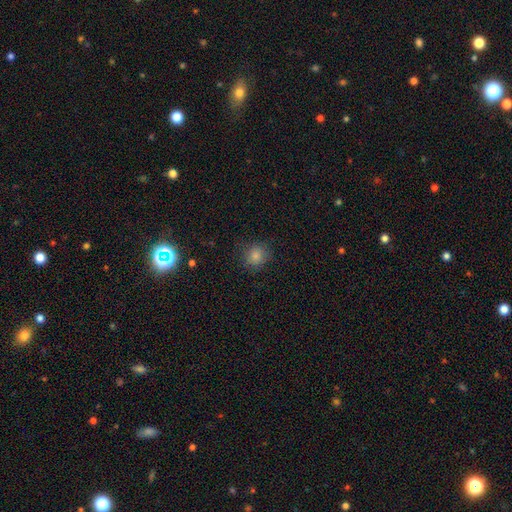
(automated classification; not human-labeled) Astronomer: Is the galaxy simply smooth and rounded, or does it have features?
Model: smooth — 83%.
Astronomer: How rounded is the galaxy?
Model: round — 84%.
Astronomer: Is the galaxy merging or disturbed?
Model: none — 83%.